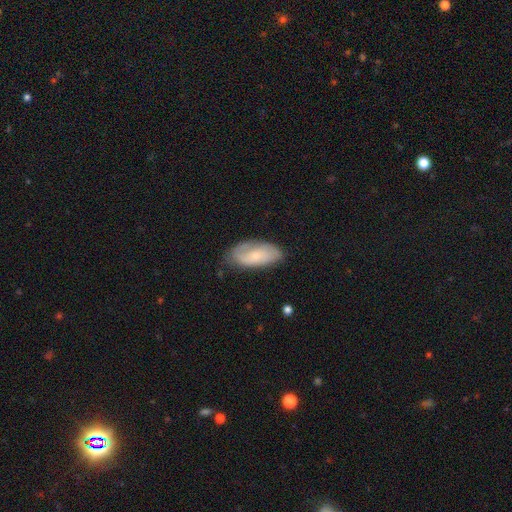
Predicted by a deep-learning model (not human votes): The model was most divided on "smooth or featured": smooth: 47%, featured or disk: 46%, star or artifact: 7%. More confident: merging — none (70%).